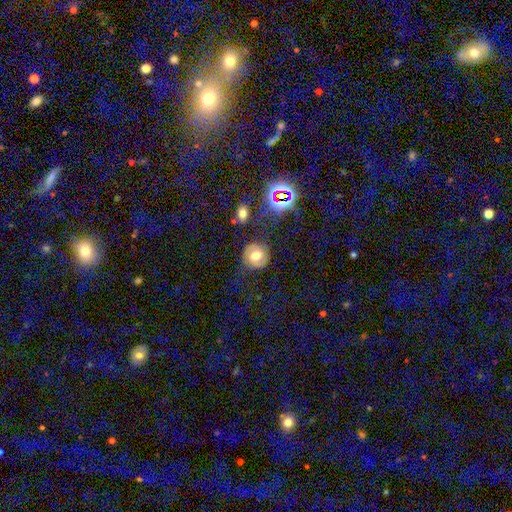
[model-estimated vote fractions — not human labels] A featured or disk galaxy (51%).

Vote fractions:
- Smooth or featured? featured or disk: 51% / smooth: 36% / star or artifact: 13%
- Edge-on disk? no: 96% / yes: 4%
- Merging? none: 74% / minor disturbance: 15% / major disturbance: 8% / merger: 3%